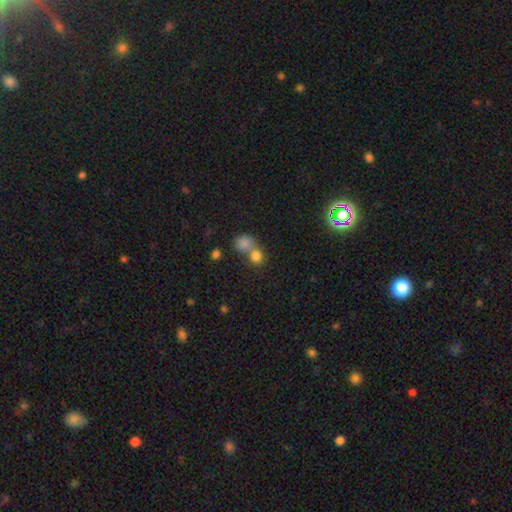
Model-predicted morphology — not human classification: smooth-or-featured: smooth: 81% | star or artifact: 12% | featured or disk: 7%
  how-rounded: round: 79% | in between: 20% | cigar-shaped: 1%
  merging: merger: 50% | none: 40% | minor disturbance: 7% | major disturbance: 3%